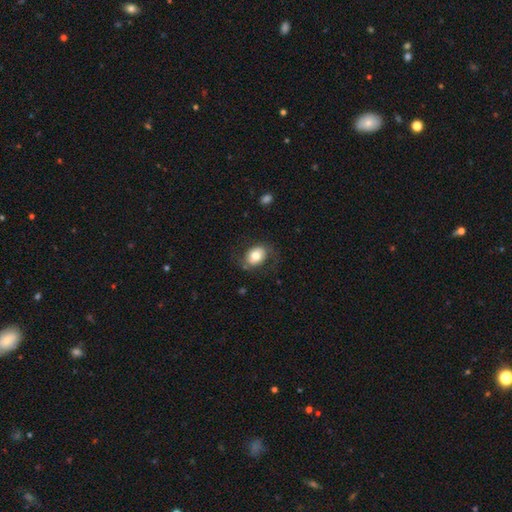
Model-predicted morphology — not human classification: smooth_or_featured: smooth (p=0.70) [alt: featured or disk p=0.22]
how_rounded: in between (p=0.64) [alt: round p=0.35]
merging: none (p=0.70) [alt: minor disturbance p=0.18]